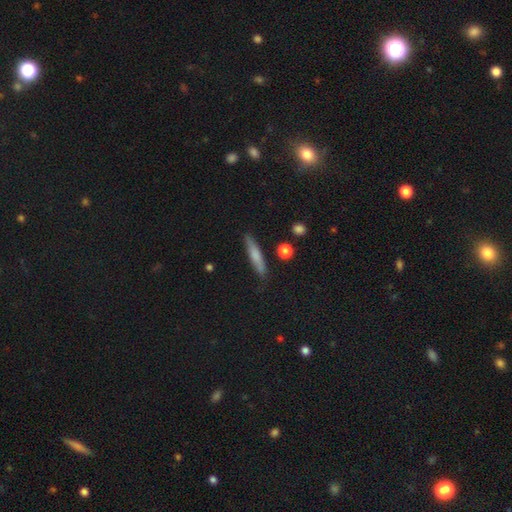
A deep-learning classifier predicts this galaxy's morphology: This is likely a smooth galaxy (67%). How rounded: clearly cigar-shaped (88%). Merging: clearly none (82%).